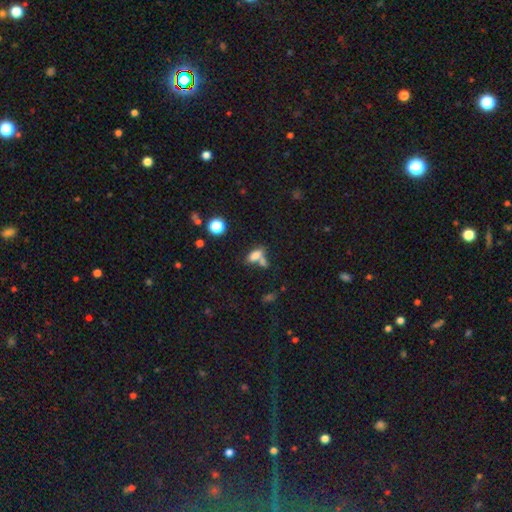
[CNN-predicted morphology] smooth_or_featured: smooth (p=0.74) [alt: star or artifact p=0.13]
how_rounded: in between (p=0.77) [alt: cigar-shaped p=0.17]
merging: none (p=0.41) [alt: merger p=0.40]